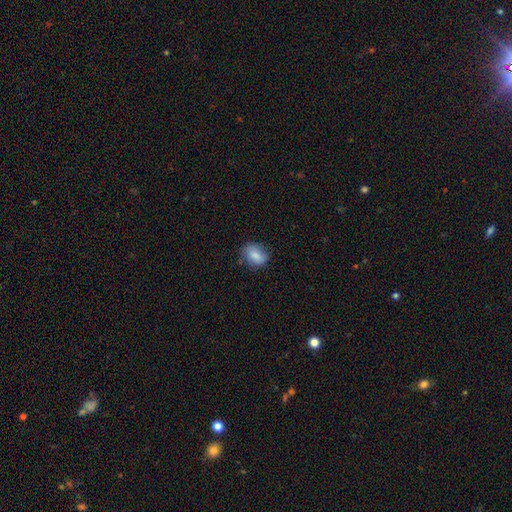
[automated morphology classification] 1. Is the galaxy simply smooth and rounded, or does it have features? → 83% smooth, 9% featured or disk, 8% star or artifact.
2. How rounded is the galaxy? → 60% in between, 38% round, 1% cigar-shaped.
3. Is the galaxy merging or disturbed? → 73% none, 21% minor disturbance, 5% major disturbance, 1% merger.